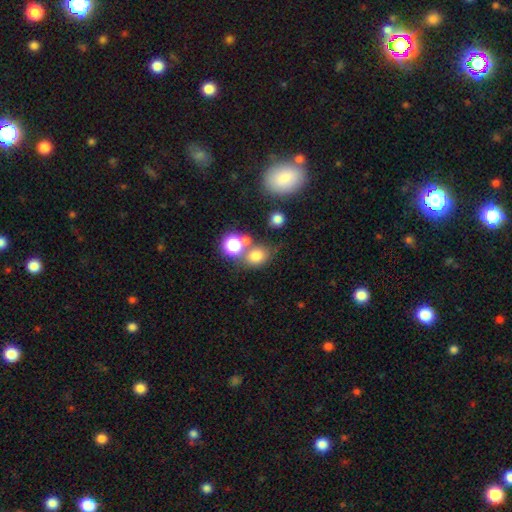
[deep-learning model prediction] Morphology: type=smooth (72%); roundness=round (65%); merging=none (54%).